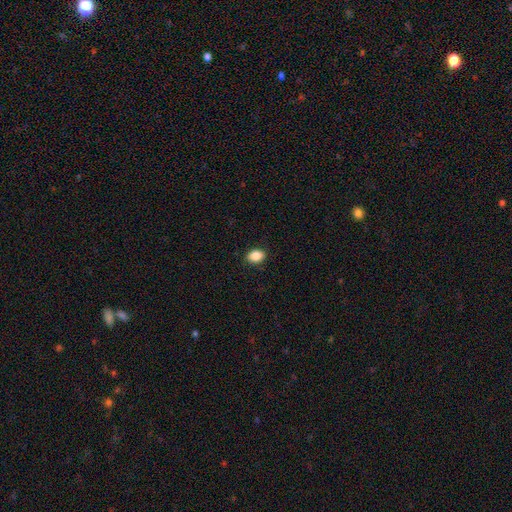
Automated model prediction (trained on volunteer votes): A smooth galaxy with no disk features (87%) that is in between round and cigar-shaped (73%).

Vote fractions:
- Smooth or featured? smooth: 87% / star or artifact: 8% / featured or disk: 4%
- How rounded? in between: 73% / round: 26% / cigar-shaped: 1%
- Merging? none: 88% / minor disturbance: 9% / major disturbance: 2% / merger: 1%